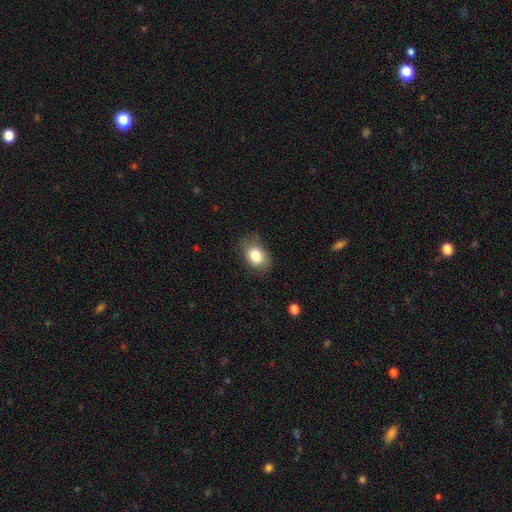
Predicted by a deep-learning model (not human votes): Smooth or featured: smooth — 81% (featured or disk — 11%)
How rounded: in between — 78% (round — 21%)
Merging: none — 68% (minor disturbance — 23%)